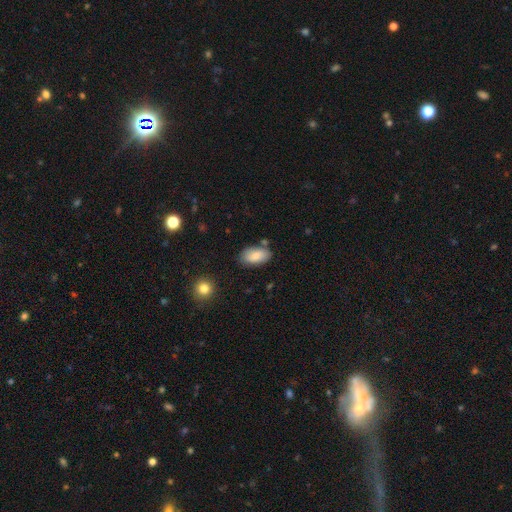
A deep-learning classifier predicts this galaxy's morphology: smooth-or-featured: smooth: 85% | featured or disk: 8% | star or artifact: 7%
  how-rounded: in between: 94% | cigar-shaped: 3% | round: 3%
  merging: none: 75% | minor disturbance: 16% | merger: 5% | major disturbance: 3%